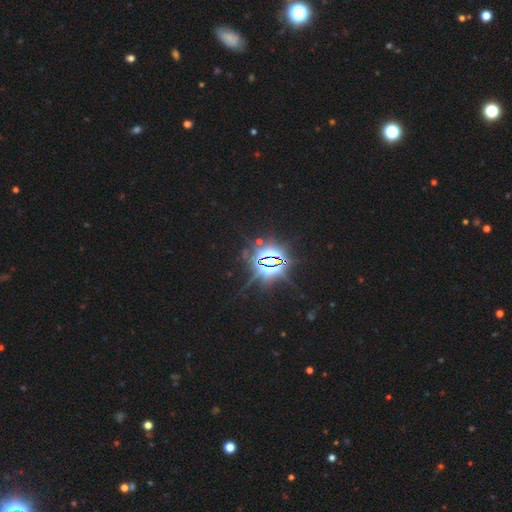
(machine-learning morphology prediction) smooth_or_featured: star or artifact (p=0.87) [alt: smooth p=0.08]